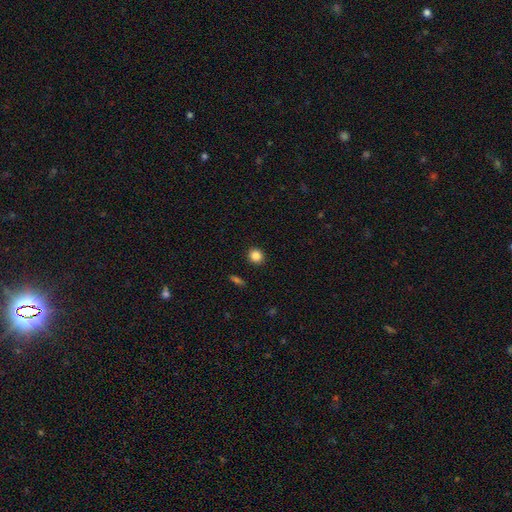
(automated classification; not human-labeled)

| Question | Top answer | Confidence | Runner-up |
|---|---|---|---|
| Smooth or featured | smooth | 85% | star or artifact (11%) |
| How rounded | round | 86% | in between (13%) |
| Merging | none | 92% | minor disturbance (5%) |